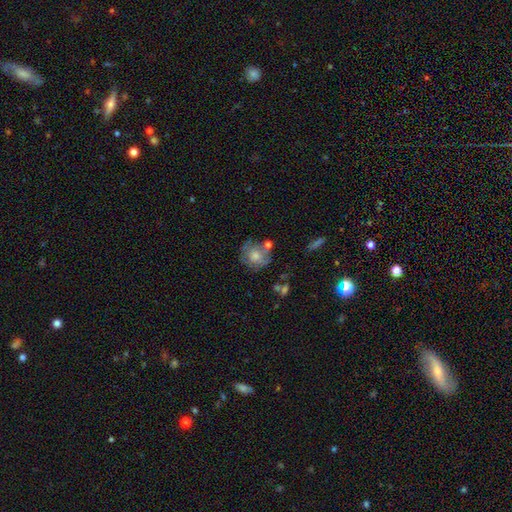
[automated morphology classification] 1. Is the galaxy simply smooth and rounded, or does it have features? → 56% smooth, 35% featured or disk, 9% star or artifact.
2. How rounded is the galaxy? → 82% round, 17% in between, 1% cigar-shaped.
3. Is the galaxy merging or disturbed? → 52% none, 23% minor disturbance, 13% major disturbance, 11% merger.